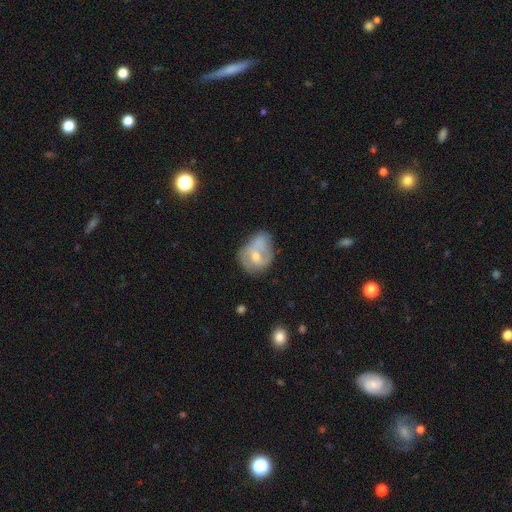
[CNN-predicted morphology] Smooth or featured: smooth — 49% (featured or disk — 43%)
Merging: merger — 37% (none — 30%)